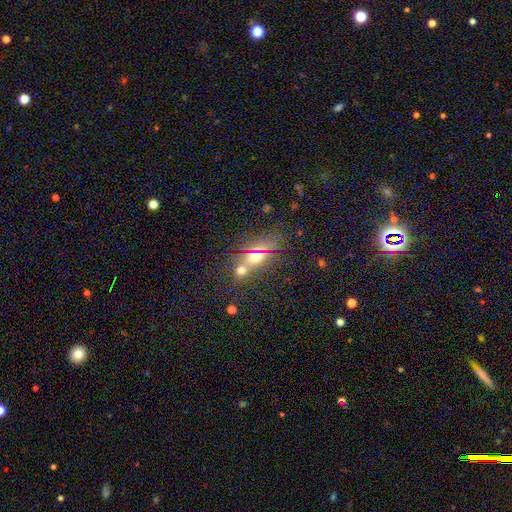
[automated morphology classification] A smooth galaxy with no disk features (47%).

Vote fractions:
- Smooth or featured? smooth: 47% / star or artifact: 33% / featured or disk: 20%
- Merging? none: 51% / merger: 32% / minor disturbance: 10% / major disturbance: 7%